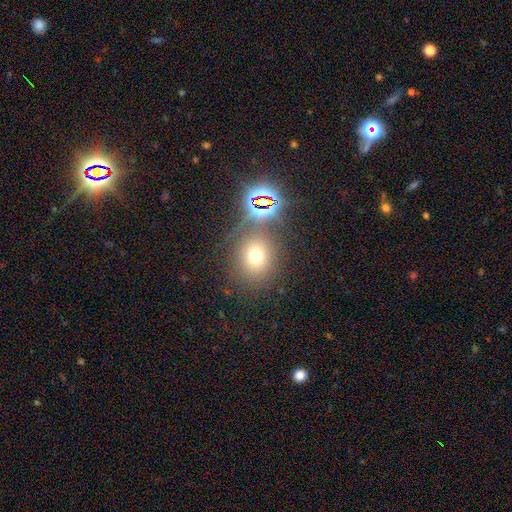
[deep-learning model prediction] Smooth or featured: smooth — 64% (star or artifact — 25%)
How rounded: round — 73% (in between — 26%)
Merging: none — 73% (minor disturbance — 11%)